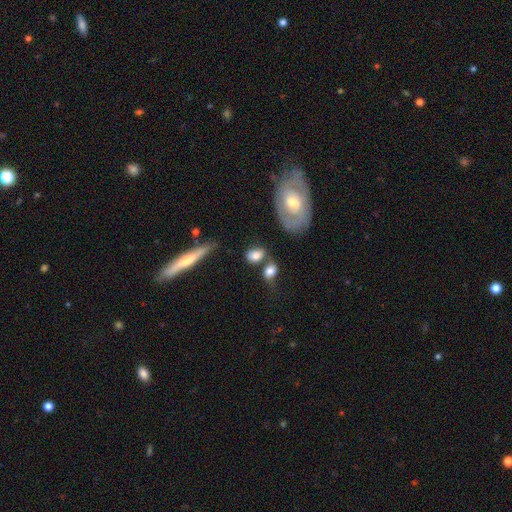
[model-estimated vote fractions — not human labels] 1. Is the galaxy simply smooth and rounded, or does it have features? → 76% smooth, 16% featured or disk, 8% star or artifact.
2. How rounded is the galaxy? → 73% in between, 23% round, 4% cigar-shaped.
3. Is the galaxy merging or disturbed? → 53% none, 22% merger, 17% minor disturbance, 8% major disturbance.